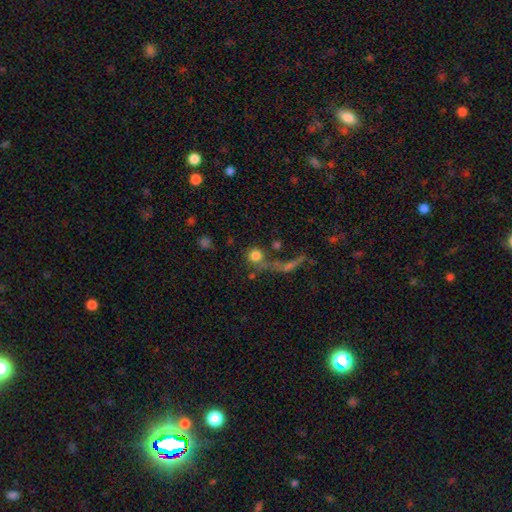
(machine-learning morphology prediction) This appears to be a smooth galaxy with no disk features (77%) that is round (91%). Merging: none (55%).